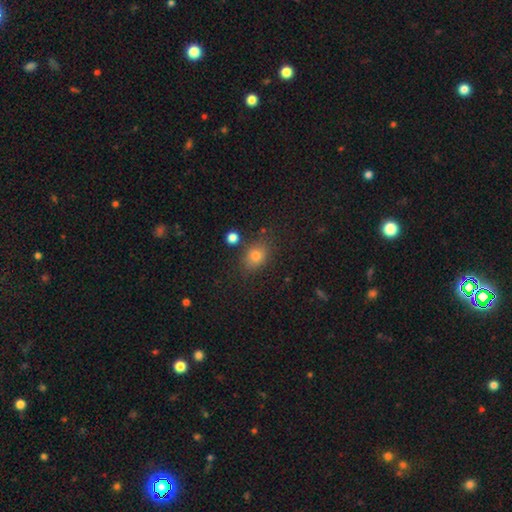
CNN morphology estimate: smooth-or-featured: smooth: 77% | star or artifact: 14% | featured or disk: 10%
  how-rounded: in between: 59% | round: 40% | cigar-shaped: 1%
  merging: none: 77% | minor disturbance: 13% | merger: 5% | major disturbance: 4%